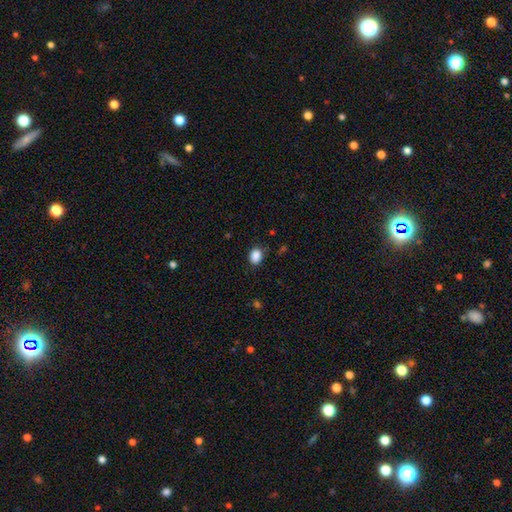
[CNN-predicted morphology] A smooth galaxy with no disk features (87%) that is in between round and cigar-shaped (54%).

Vote fractions:
- Smooth or featured? smooth: 87% / star or artifact: 9% / featured or disk: 3%
- How rounded? in between: 54% / round: 45% / cigar-shaped: 1%
- Merging? none: 80% / minor disturbance: 15% / major disturbance: 3% / merger: 2%